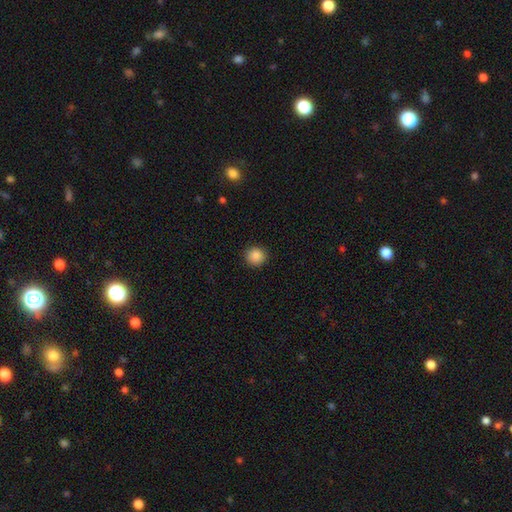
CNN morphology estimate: Q: Smooth or featured?
A: smooth (88%); runner-up: star or artifact (9%)
Q: How rounded?
A: round (93%); runner-up: in between (6%)
Q: Merging?
A: none (92%); runner-up: minor disturbance (6%)